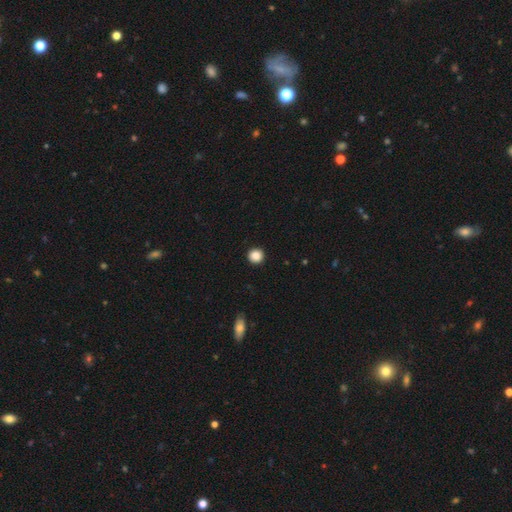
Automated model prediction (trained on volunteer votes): smooth 88%, star or artifact 10%, featured or disk 2%. Down the decision tree: how rounded — round (94%); merging — none (93%).